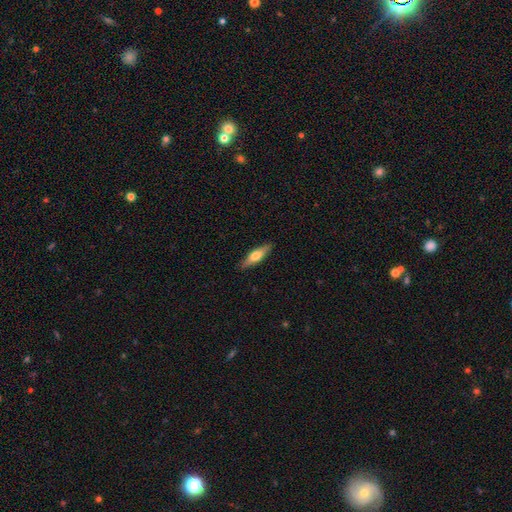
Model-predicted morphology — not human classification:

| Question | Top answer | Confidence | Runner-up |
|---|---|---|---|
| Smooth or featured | smooth | 50% | featured or disk (44%) |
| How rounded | cigar-shaped | 66% | in between (32%) |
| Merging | none | 89% | minor disturbance (8%) |